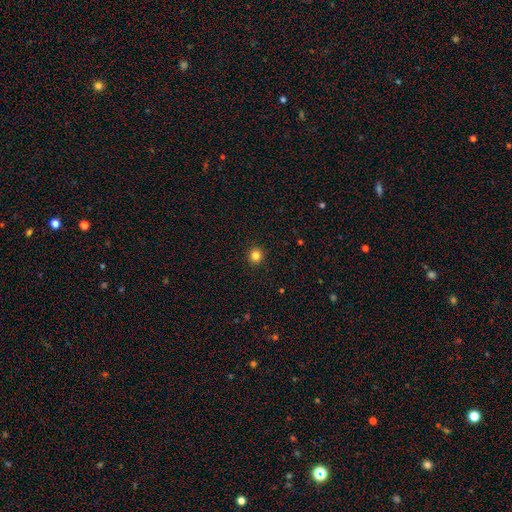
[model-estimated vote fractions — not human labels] This appears to be a smooth galaxy with no disk features (83%) that is round (93%). Merging: none (93%).